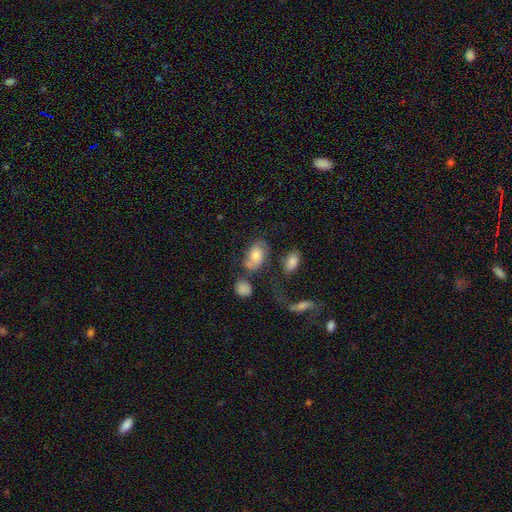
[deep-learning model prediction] Smooth or featured? Predicted: smooth (p=0.58). How rounded? Predicted: in between (p=0.86). Merging? Predicted: none (p=0.49).